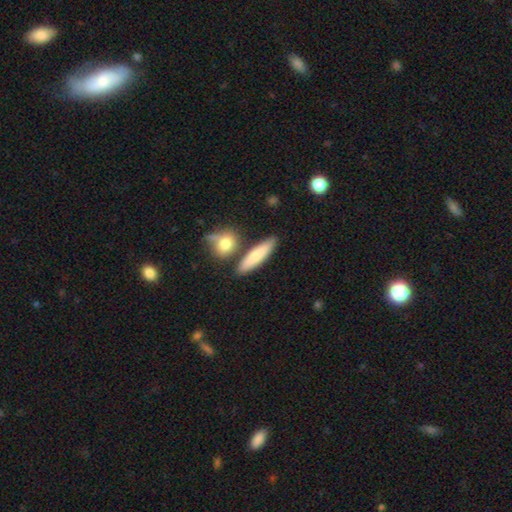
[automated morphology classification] smooth_or_featured: smooth (p=0.77) [alt: featured or disk p=0.18]
how_rounded: cigar-shaped (p=0.67) [alt: in between p=0.29]
merging: none (p=0.76) [alt: minor disturbance p=0.11]